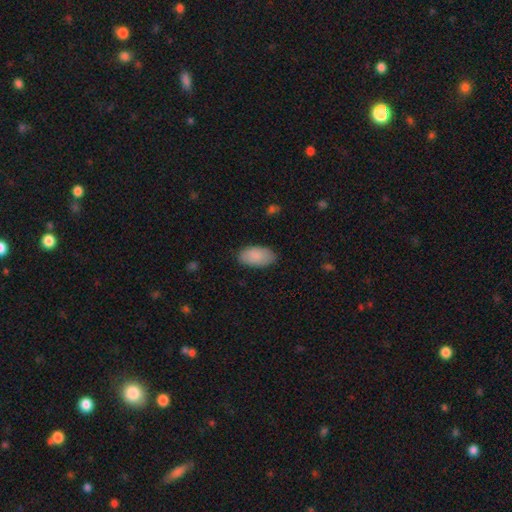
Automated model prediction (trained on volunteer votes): smooth-or-featured: smooth: 88% | star or artifact: 6% | featured or disk: 6%
  how-rounded: in between: 95% | round: 3% | cigar-shaped: 2%
  merging: none: 83% | minor disturbance: 13% | major disturbance: 3% | merger: 1%